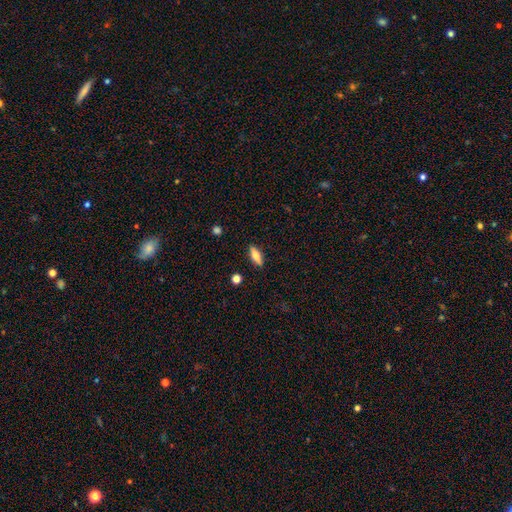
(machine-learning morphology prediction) Smooth or featured? smooth (63%)
How rounded? in between (58%)
Merging? none (88%)